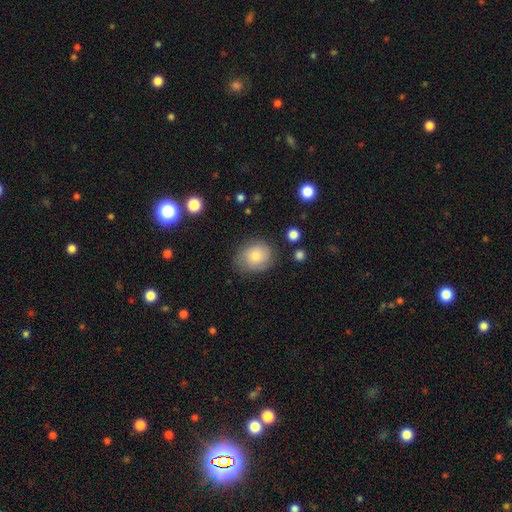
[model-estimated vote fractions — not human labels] Overall: smooth (72%). How rounded: round (64%; in between 36%). Merging: none (73%).